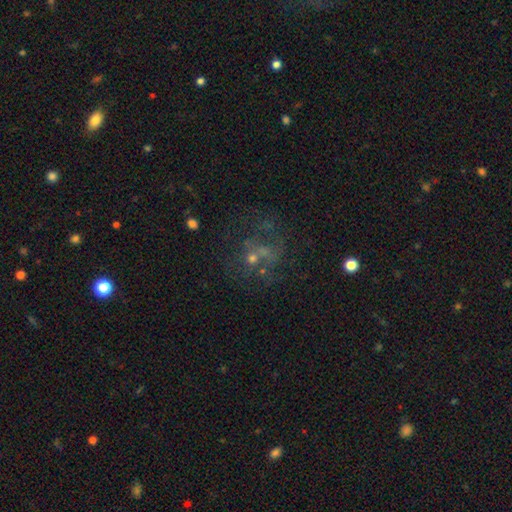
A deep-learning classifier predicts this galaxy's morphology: Smooth or featured?
  - featured or disk: 50% *
  - star or artifact: 25%
  - smooth: 25%
Edge-on disk?
  - no: 98% *
  - yes: 2%
Merging?
  - none: 43% *
  - major disturbance: 29%
  - minor disturbance: 15%
  - merger: 13%